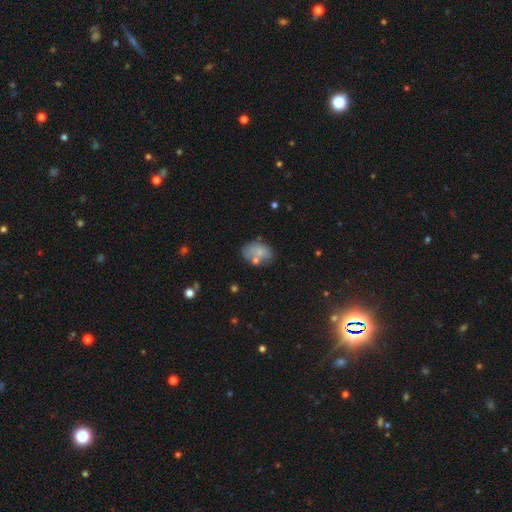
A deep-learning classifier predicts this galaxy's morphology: The model was most divided on "merging": none: 53%, minor disturbance: 22%, merger: 16%, major disturbance: 9%. More confident: how rounded — in between (77%); smooth or featured — smooth (67%).